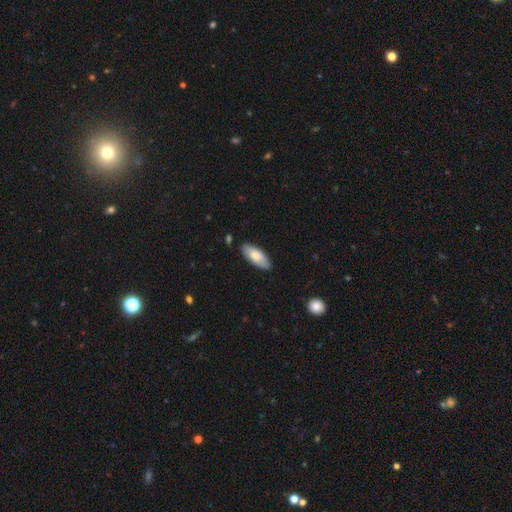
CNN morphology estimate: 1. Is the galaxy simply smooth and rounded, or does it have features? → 74% smooth, 20% featured or disk, 5% star or artifact.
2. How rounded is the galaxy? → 83% in between, 15% cigar-shaped, 2% round.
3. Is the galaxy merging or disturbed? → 84% none, 12% minor disturbance, 2% major disturbance, 2% merger.